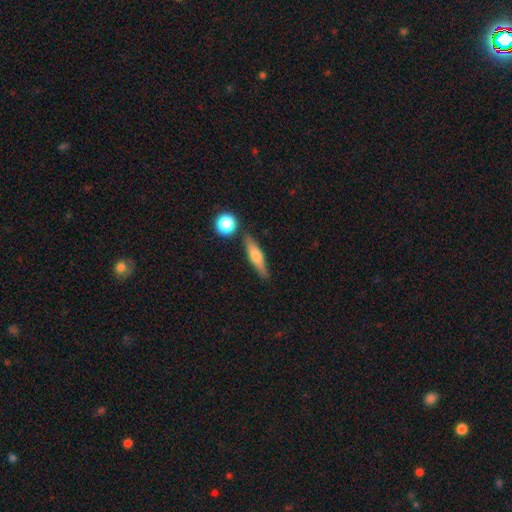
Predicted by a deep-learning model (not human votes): Morphology: type=smooth (47%); merging=none (80%).